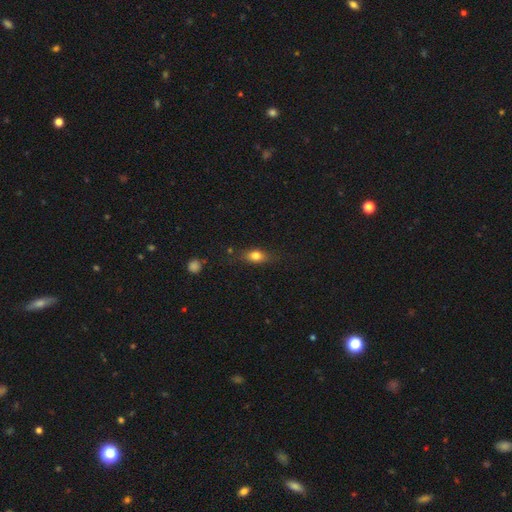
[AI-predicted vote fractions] Smooth or featured? Predicted: smooth (p=0.74). How rounded? Predicted: in between (p=0.70). Merging? Predicted: none (p=0.75).